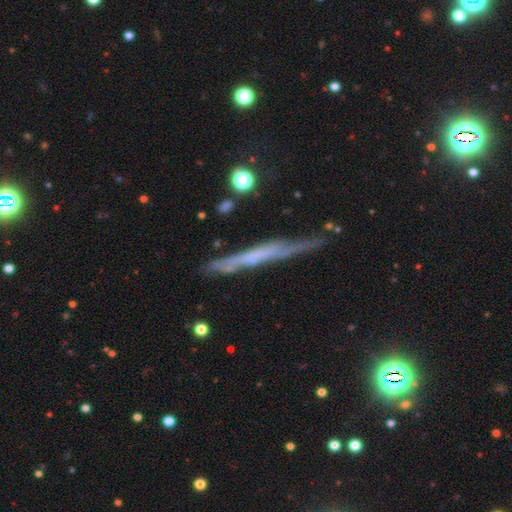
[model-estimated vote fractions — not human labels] featured or disk 61%, smooth 31%, star or artifact 8%. Down the decision tree: edge-on disk — yes (89%); edge-on bulge — none (80%); merging — none (66%).